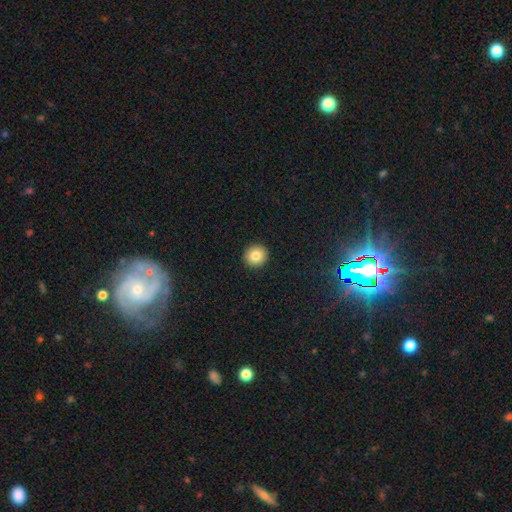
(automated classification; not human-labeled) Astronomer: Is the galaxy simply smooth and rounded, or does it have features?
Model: smooth — 83%.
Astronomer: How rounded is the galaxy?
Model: round — 94%.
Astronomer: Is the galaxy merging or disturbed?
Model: none — 93%.